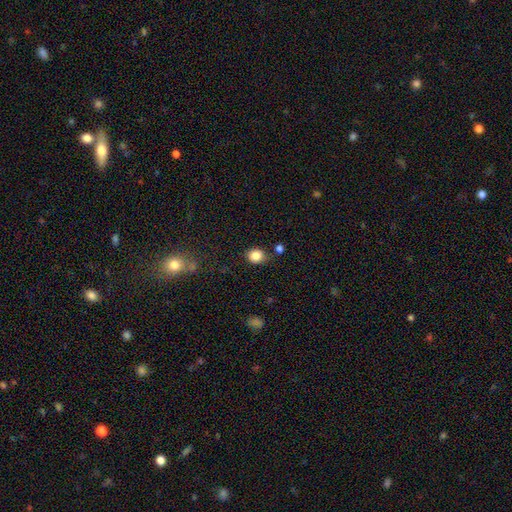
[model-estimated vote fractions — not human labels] This appears to be a smooth galaxy with no disk features (84%) that is round (64%). Merging: none (76%).